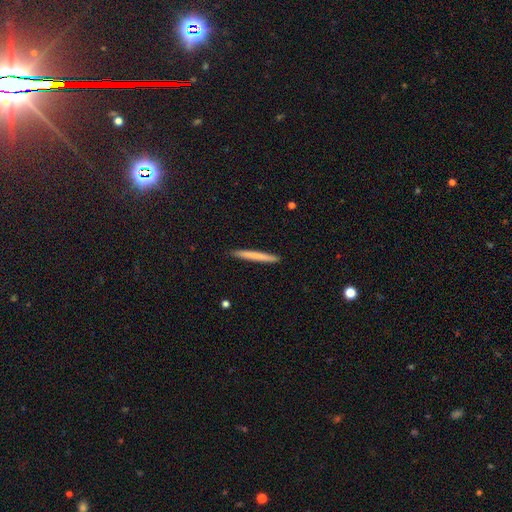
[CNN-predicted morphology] A smooth galaxy with no disk features (71%) that is cigar-shaped (97%). Merging: none (92%).